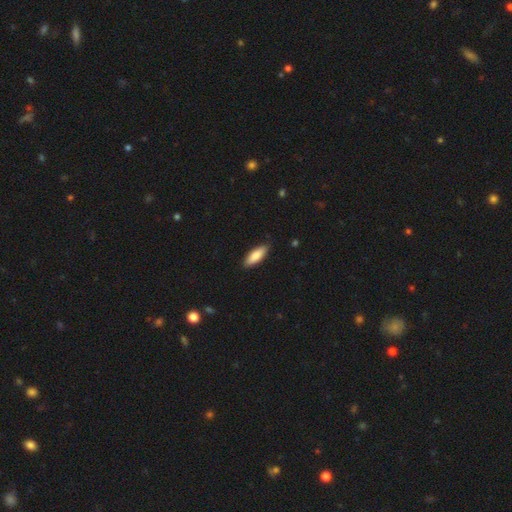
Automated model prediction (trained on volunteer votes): Smooth or featured?
  - smooth: 83% *
  - featured or disk: 11%
  - star or artifact: 5%
How rounded?
  - in between: 60% *
  - cigar-shaped: 39%
  - round: 2%
Merging?
  - none: 88% *
  - minor disturbance: 9%
  - major disturbance: 2%
  - merger: 1%